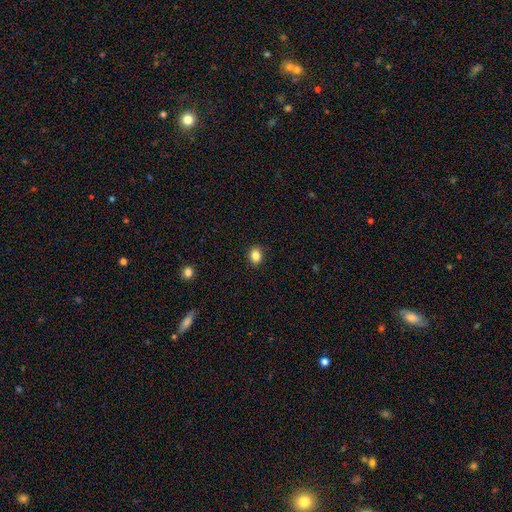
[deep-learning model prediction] This appears to be a smooth galaxy with no disk features (85%) that is round (56%). Merging: none (90%).